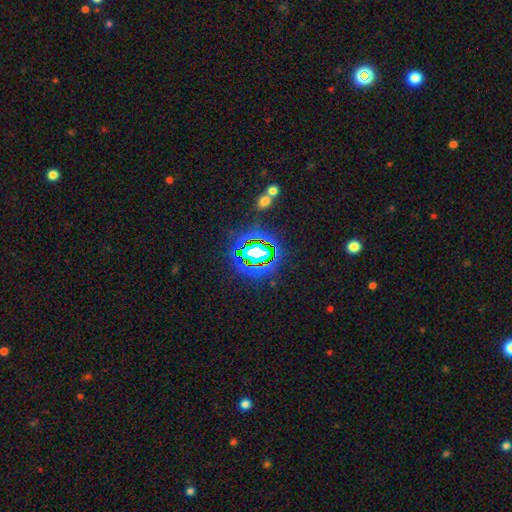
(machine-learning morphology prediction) Smooth or featured? Predicted: star or artifact (p=0.75).